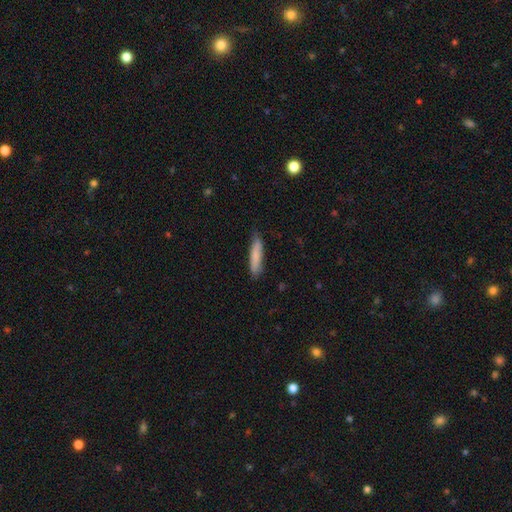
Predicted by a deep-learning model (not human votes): Smooth or featured?
  - smooth: 81% *
  - featured or disk: 13%
  - star or artifact: 6%
How rounded?
  - cigar-shaped: 84% *
  - in between: 14%
  - round: 1%
Merging?
  - none: 79% *
  - minor disturbance: 17%
  - major disturbance: 2%
  - merger: 1%